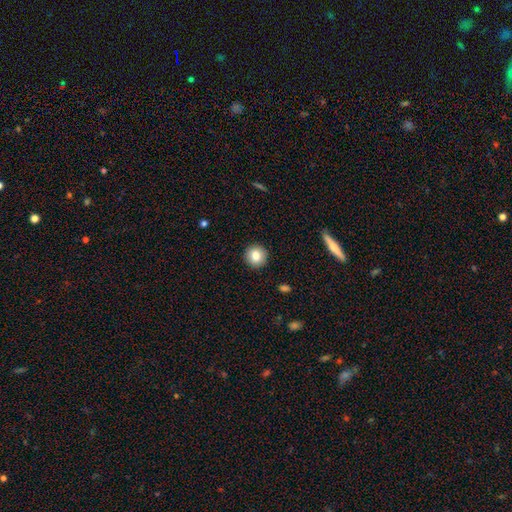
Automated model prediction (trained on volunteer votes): A smooth galaxy with no disk features (82%) that is round (95%). Merging: none (92%).